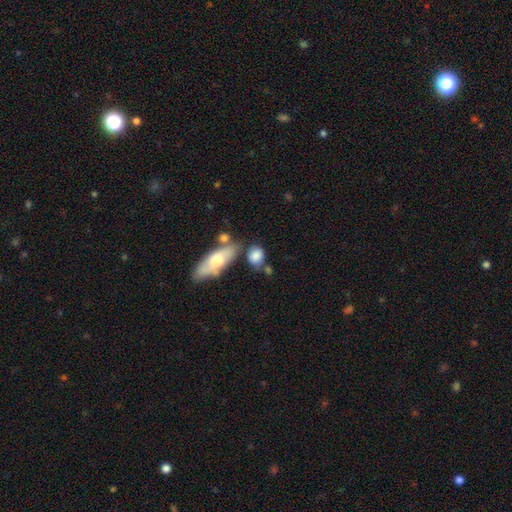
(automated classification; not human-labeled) Smooth or featured: smooth — 81% (featured or disk — 12%)
How rounded: in between — 52% (round — 42%)
Merging: none — 54% (minor disturbance — 20%)